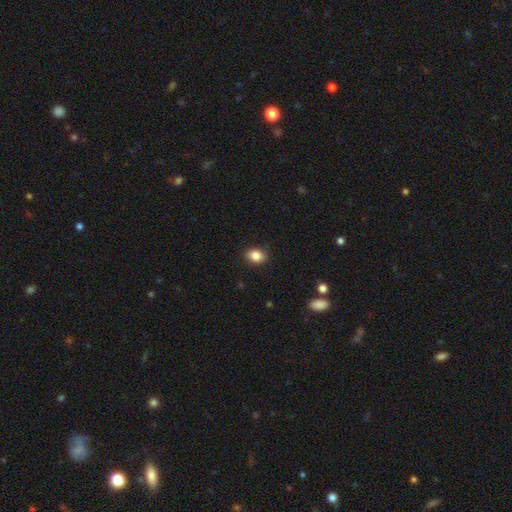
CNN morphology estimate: This is clearly a smooth galaxy (85%). How rounded: likely in between (64%). Merging: clearly none (89%).